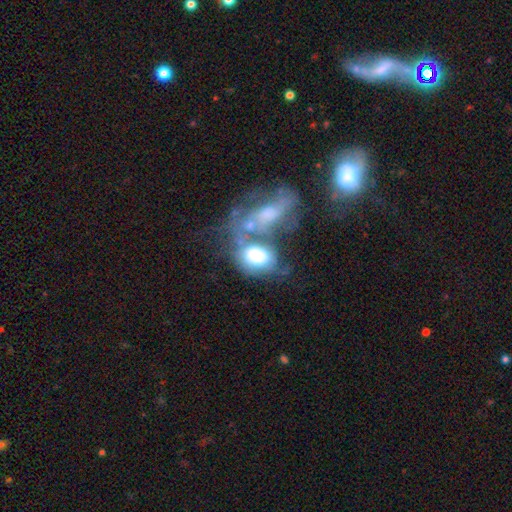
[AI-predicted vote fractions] smooth-or-featured: smooth: 55% | featured or disk: 35% | star or artifact: 10%
  how-rounded: in between: 77% | round: 21% | cigar-shaped: 2%
  merging: merger: 54% | major disturbance: 19% | none: 16% | minor disturbance: 11%